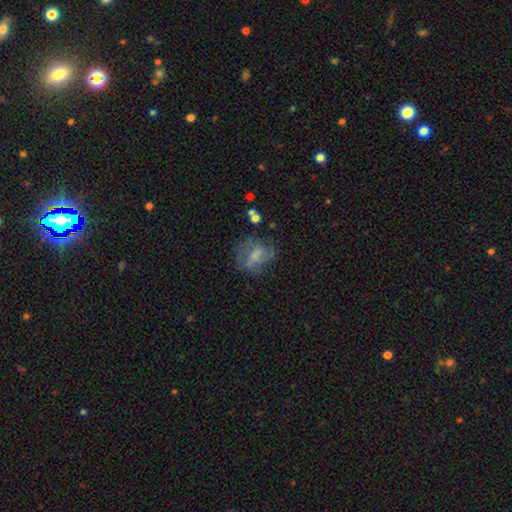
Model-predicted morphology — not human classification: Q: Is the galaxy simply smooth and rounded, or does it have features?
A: featured or disk — 47%.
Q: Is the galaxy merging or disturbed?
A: none — 50%.